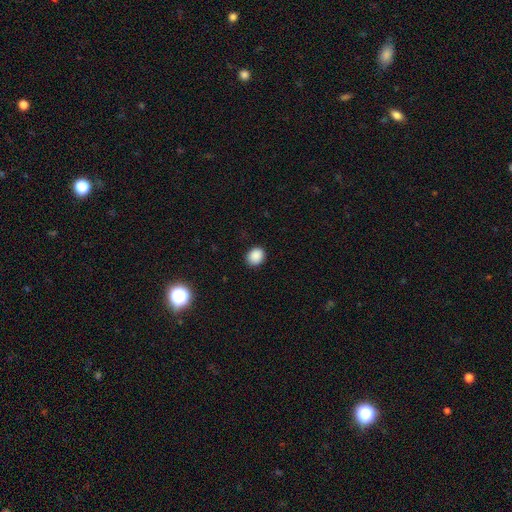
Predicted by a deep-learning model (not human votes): This appears to be a smooth galaxy with no disk features (88%) that is round (61%). Merging: none (89%).